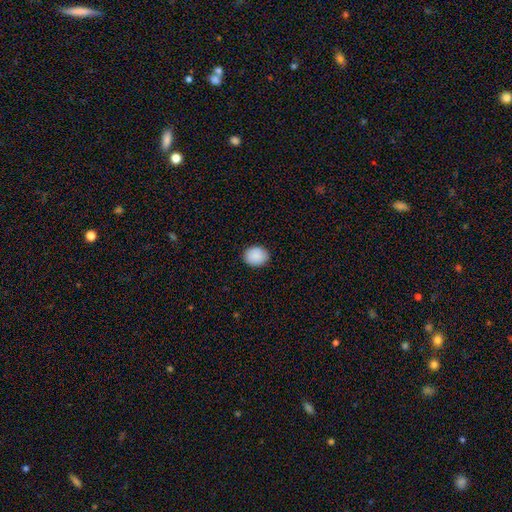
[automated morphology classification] This appears to be a smooth galaxy with no disk features (89%) that is round (62%). Merging: none (89%).